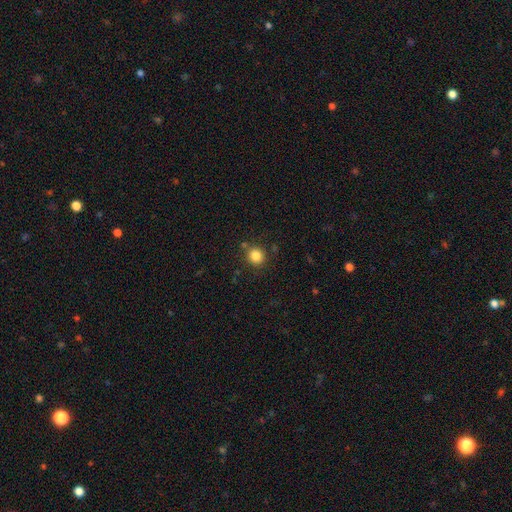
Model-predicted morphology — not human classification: smooth 84%, star or artifact 11%, featured or disk 5%. Down the decision tree: how rounded — round (89%); merging — none (83%).